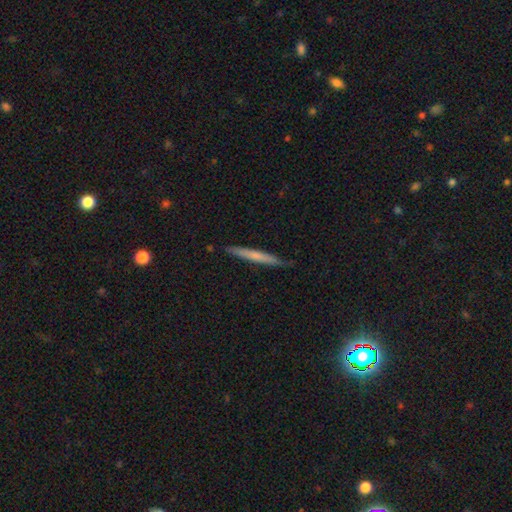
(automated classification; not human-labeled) smooth-or-featured: smooth: 57% | featured or disk: 37% | star or artifact: 6%
  how-rounded: cigar-shaped: 96% | in between: 2% | round: 1%
  merging: none: 86% | minor disturbance: 11% | major disturbance: 2% | merger: 1%